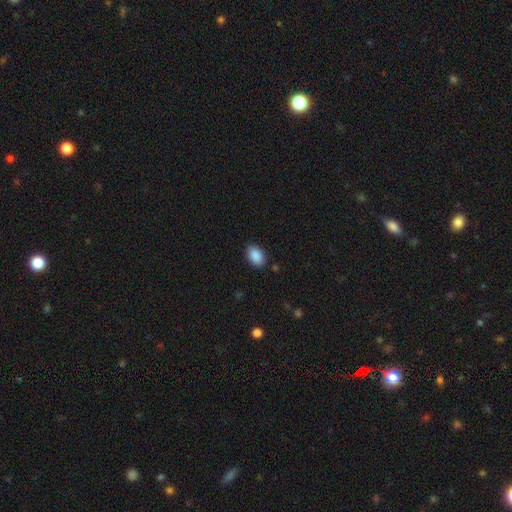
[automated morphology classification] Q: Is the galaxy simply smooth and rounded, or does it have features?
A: smooth — 89%.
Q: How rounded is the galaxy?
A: in between — 89%.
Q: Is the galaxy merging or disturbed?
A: none — 87%.